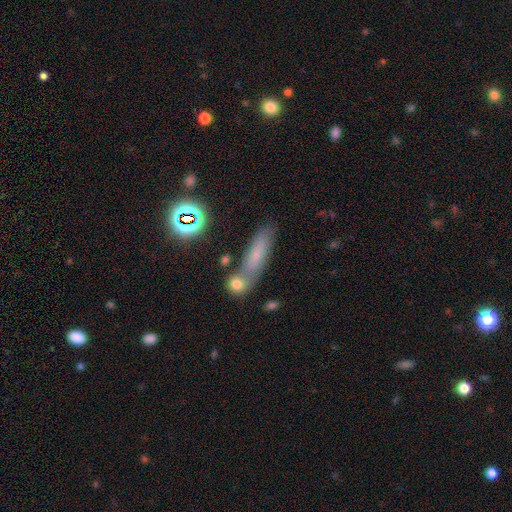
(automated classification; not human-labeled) Overall: smooth (59%; featured or disk 21%). How rounded: cigar-shaped (64%; in between 29%). Merging: none (67%).